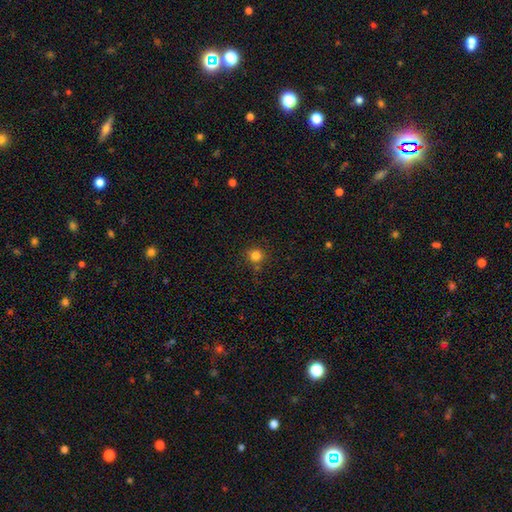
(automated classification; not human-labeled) Smooth or featured?
  - smooth: 82% *
  - star or artifact: 13%
  - featured or disk: 5%
How rounded?
  - round: 92% *
  - in between: 7%
  - cigar-shaped: 1%
Merging?
  - none: 80% *
  - minor disturbance: 11%
  - merger: 6%
  - major disturbance: 3%